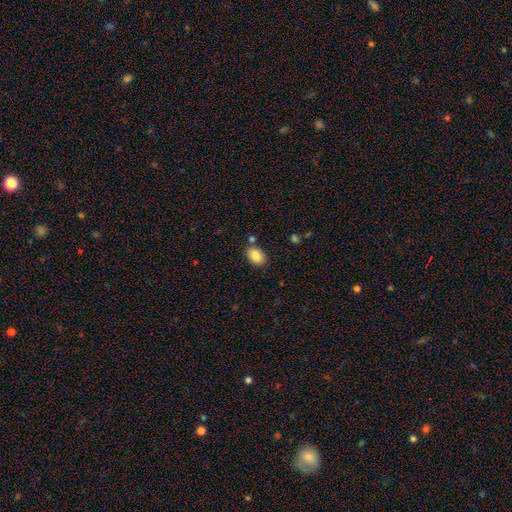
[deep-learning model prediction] A smooth galaxy with no disk features (86%) that is in between round and cigar-shaped (80%).

Vote fractions:
- Smooth or featured? smooth: 86% / star or artifact: 8% / featured or disk: 6%
- How rounded? in between: 80% / round: 19% / cigar-shaped: 1%
- Merging? none: 78% / minor disturbance: 12% / merger: 7% / major disturbance: 3%